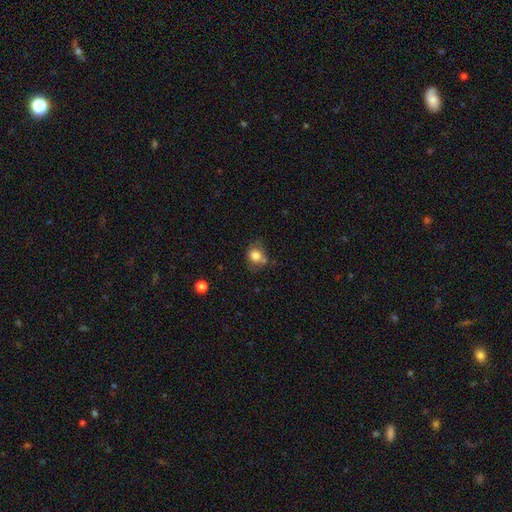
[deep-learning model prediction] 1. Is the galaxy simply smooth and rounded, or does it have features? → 80% smooth, 10% star or artifact, 10% featured or disk.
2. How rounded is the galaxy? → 64% round, 35% in between, 1% cigar-shaped.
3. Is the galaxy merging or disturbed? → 52% none, 26% minor disturbance, 12% merger, 9% major disturbance.